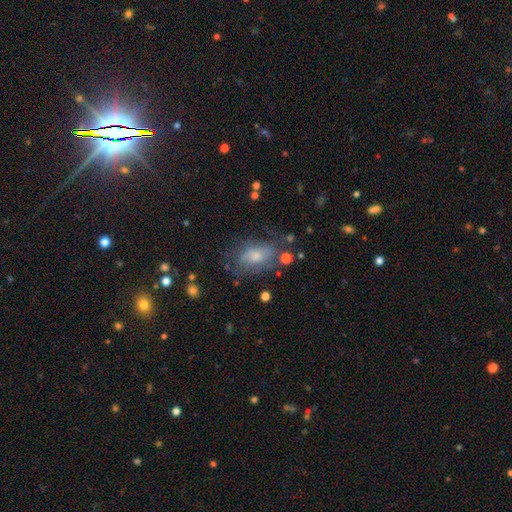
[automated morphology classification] Q: Smooth or featured?
A: smooth (50%); runner-up: featured or disk (39%)
Q: Merging?
A: none (51%); runner-up: minor disturbance (25%)